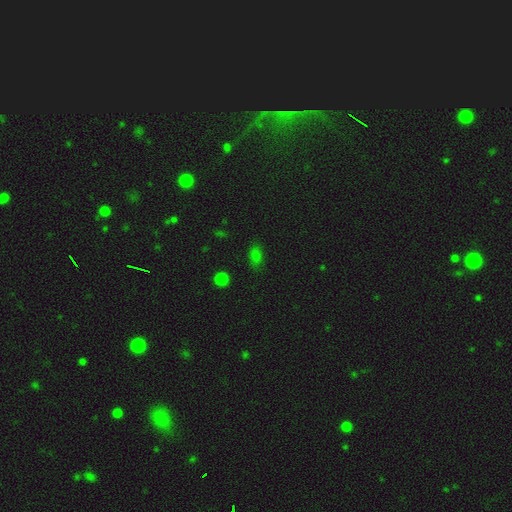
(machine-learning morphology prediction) A smooth galaxy with no disk features (74%) that is in between round and cigar-shaped (83%). Merging: none (80%).